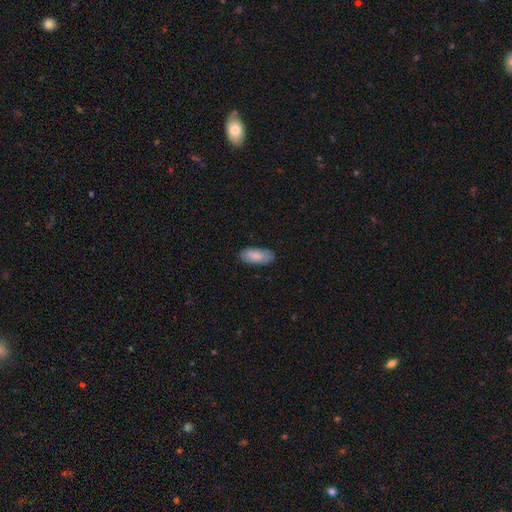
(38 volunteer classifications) Smooth or featured? smooth (82%)
How rounded? in between (94%)
Merging? none (84%)